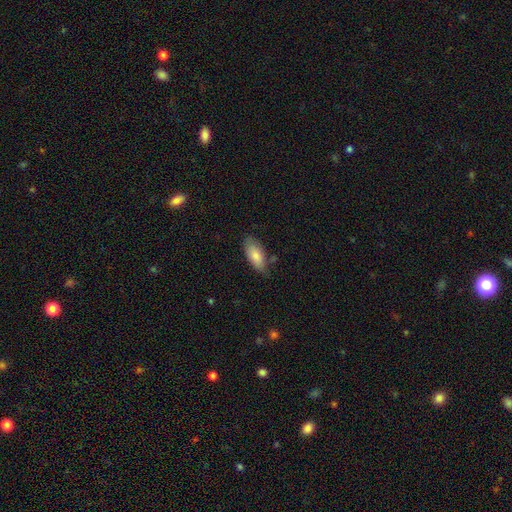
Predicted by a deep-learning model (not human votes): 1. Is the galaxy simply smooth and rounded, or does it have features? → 82% smooth, 12% featured or disk, 6% star or artifact.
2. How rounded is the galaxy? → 89% in between, 9% cigar-shaped, 2% round.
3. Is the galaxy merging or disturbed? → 66% none, 26% minor disturbance, 5% major disturbance, 3% merger.